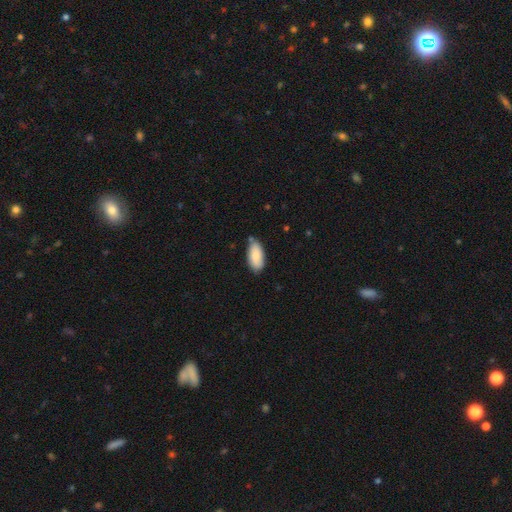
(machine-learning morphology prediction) smooth 86%, featured or disk 8%, star or artifact 6%. Down the decision tree: how rounded — in between (90%); merging — none (74%).